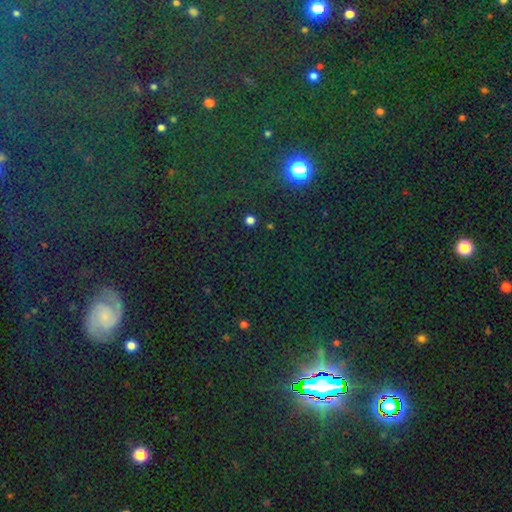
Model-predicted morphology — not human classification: A star or artifact, not a galaxy (69%).

Vote fractions:
- Smooth or featured? star or artifact: 69% / smooth: 17% / featured or disk: 14%